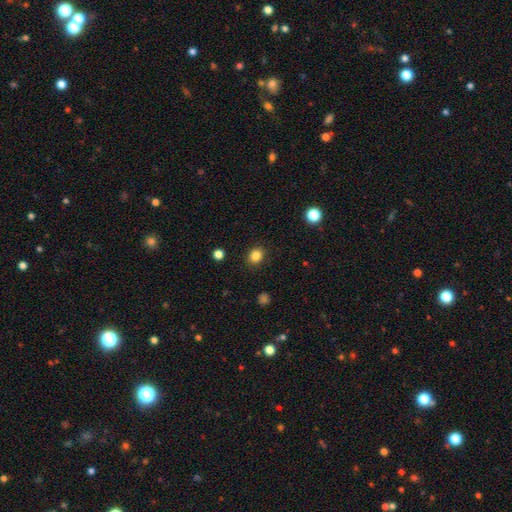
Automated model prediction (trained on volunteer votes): Smooth or featured? Predicted: smooth (p=0.84). How rounded? Predicted: round (p=0.66). Merging? Predicted: none (p=0.89).